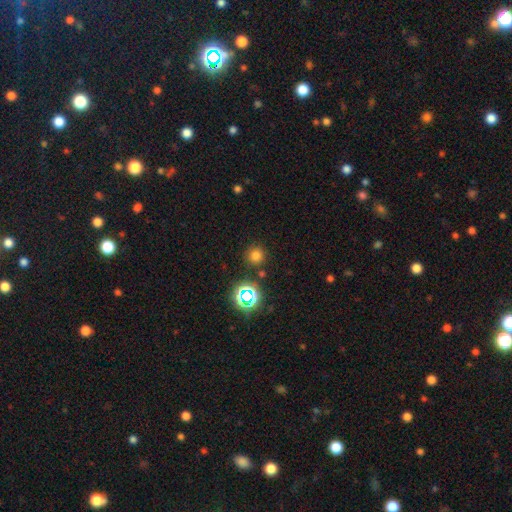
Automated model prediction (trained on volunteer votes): smooth_or_featured: smooth (p=0.72) [alt: star or artifact p=0.23]
how_rounded: round (p=0.94) [alt: in between p=0.05]
merging: none (p=0.86) [alt: minor disturbance p=0.07]